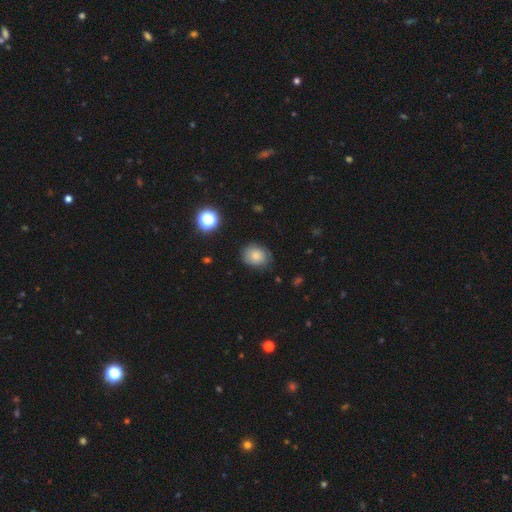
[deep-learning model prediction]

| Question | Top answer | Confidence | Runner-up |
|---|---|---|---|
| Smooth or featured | smooth | 81% | star or artifact (10%) |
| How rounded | round | 54% | in between (45%) |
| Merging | none | 76% | minor disturbance (18%) |